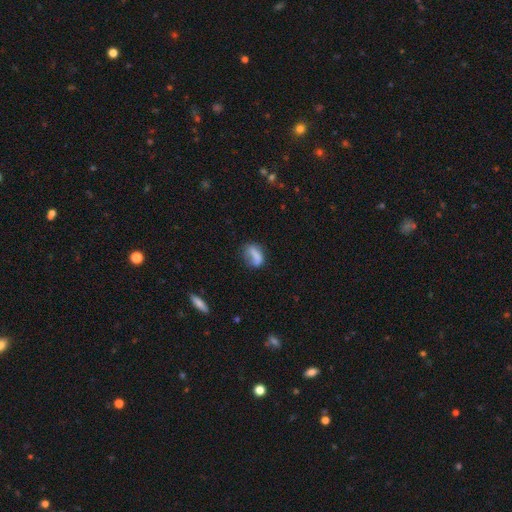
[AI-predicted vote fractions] smooth 69%, featured or disk 21%, star or artifact 10%. Down the decision tree: how rounded — in between (74%); merging — none (48%).